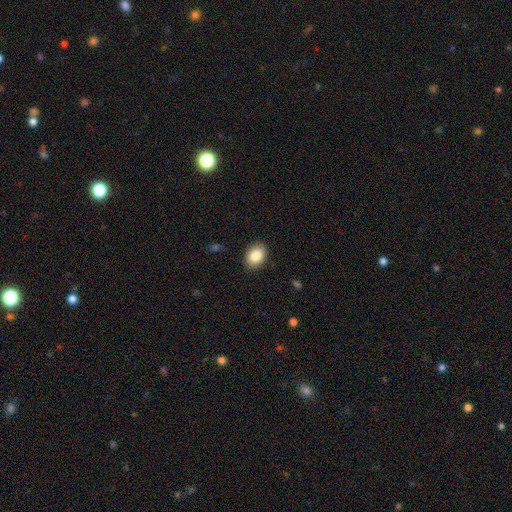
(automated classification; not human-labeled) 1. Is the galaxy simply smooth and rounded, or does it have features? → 86% smooth, 7% star or artifact, 6% featured or disk.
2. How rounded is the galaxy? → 77% in between, 22% round, 1% cigar-shaped.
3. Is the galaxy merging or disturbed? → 88% none, 9% minor disturbance, 2% major disturbance, 1% merger.